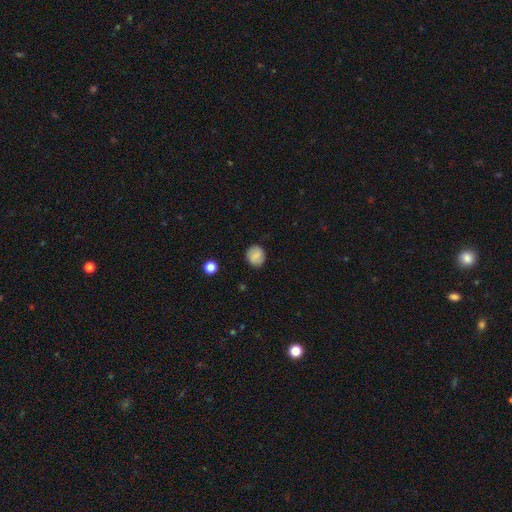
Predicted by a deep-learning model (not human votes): This is clearly a smooth galaxy (83%). How rounded: likely round (80%). Merging: clearly none (87%).